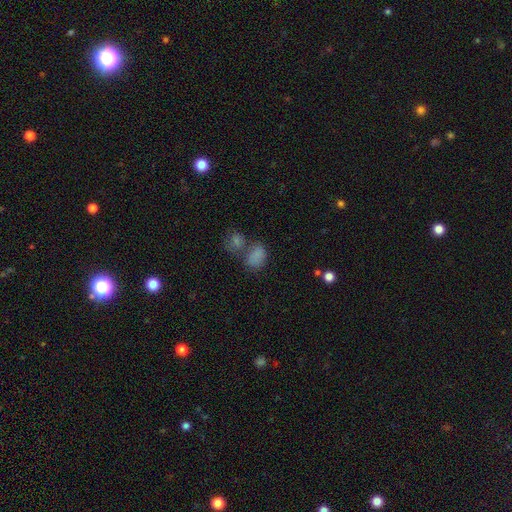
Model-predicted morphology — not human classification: A smooth galaxy with no disk features (79%) that is in between round and cigar-shaped (74%). Merging: merger (42%).